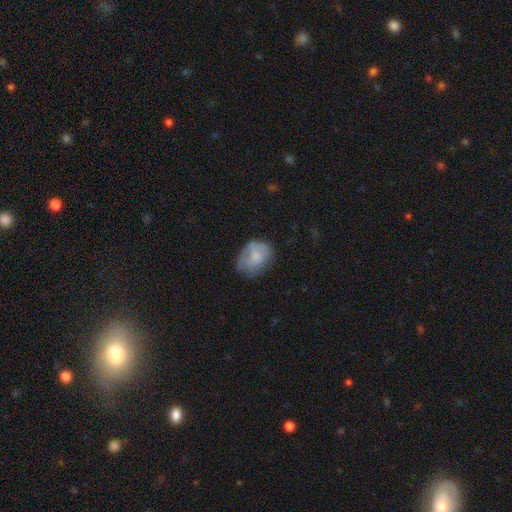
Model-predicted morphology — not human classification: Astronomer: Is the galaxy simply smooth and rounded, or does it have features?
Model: smooth — 65%.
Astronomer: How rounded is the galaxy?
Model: in between — 61% (runner-up: round, 38%).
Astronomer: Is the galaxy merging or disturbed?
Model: none — 50% (runner-up: minor disturbance, 31%).